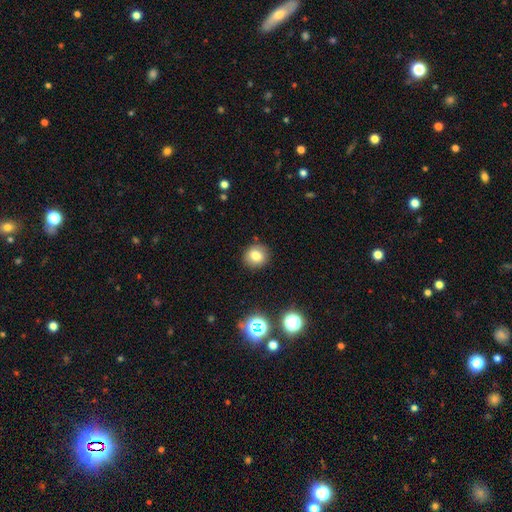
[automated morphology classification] Smooth or featured? Predicted: smooth (p=0.78). How rounded? Predicted: round (p=0.86). Merging? Predicted: none (p=0.89).